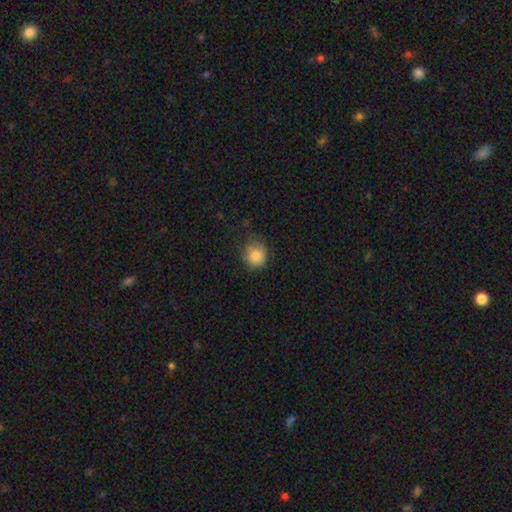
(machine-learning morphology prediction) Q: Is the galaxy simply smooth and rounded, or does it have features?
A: smooth — 84%.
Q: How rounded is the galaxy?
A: round — 87%.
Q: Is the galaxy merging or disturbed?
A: none — 73%.